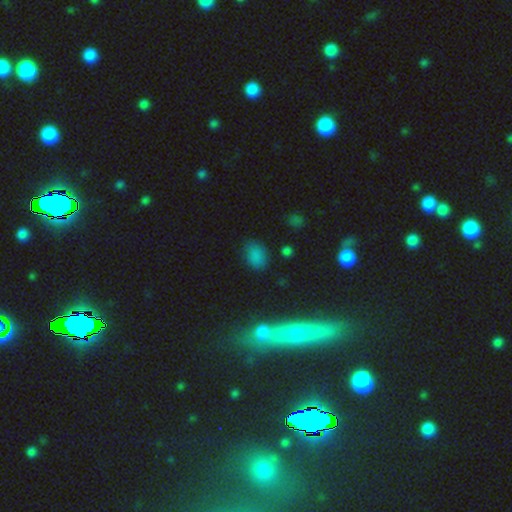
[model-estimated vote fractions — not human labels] Smooth or featured? smooth (77%)
How rounded? in between (75%)
Merging? none (78%)